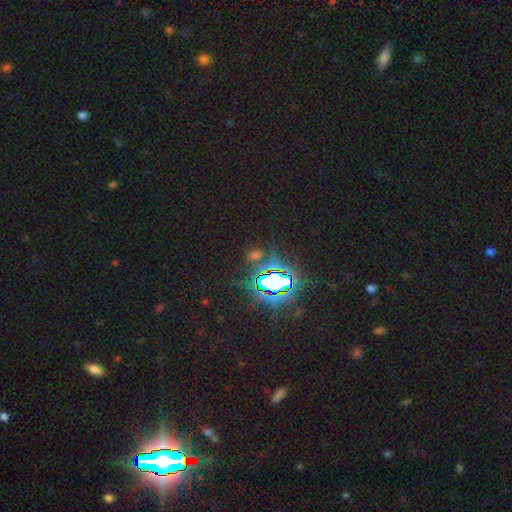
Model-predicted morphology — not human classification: A star or artifact, not a galaxy (66%).

Vote fractions:
- Smooth or featured? star or artifact: 66% / smooth: 26% / featured or disk: 9%